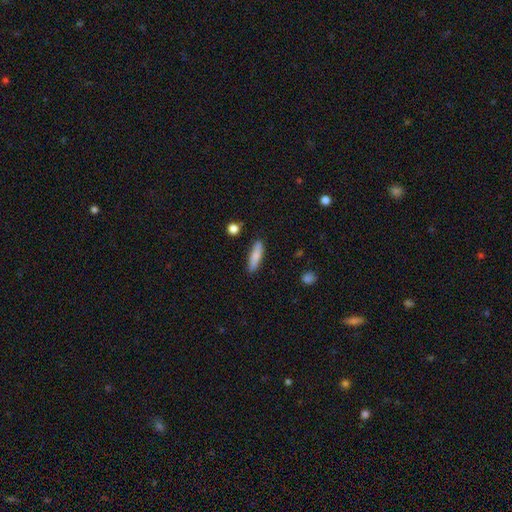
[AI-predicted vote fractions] Smooth or featured? Predicted: smooth (p=0.81). How rounded? Predicted: cigar-shaped (p=0.70). Merging? Predicted: none (p=0.85).